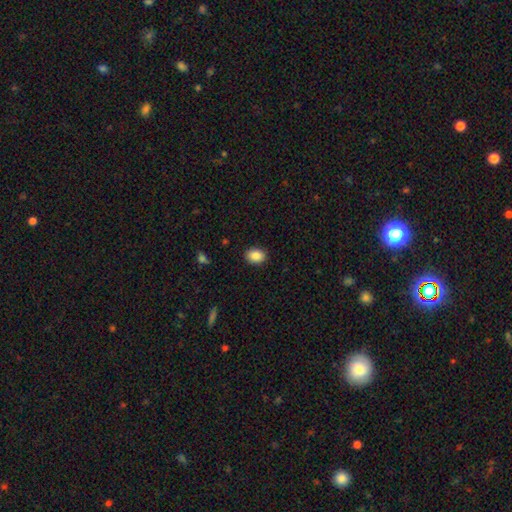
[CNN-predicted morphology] smooth_or_featured: smooth (p=0.88) [alt: star or artifact p=0.08]
how_rounded: in between (p=0.70) [alt: round p=0.29]
merging: none (p=0.89) [alt: minor disturbance p=0.08]